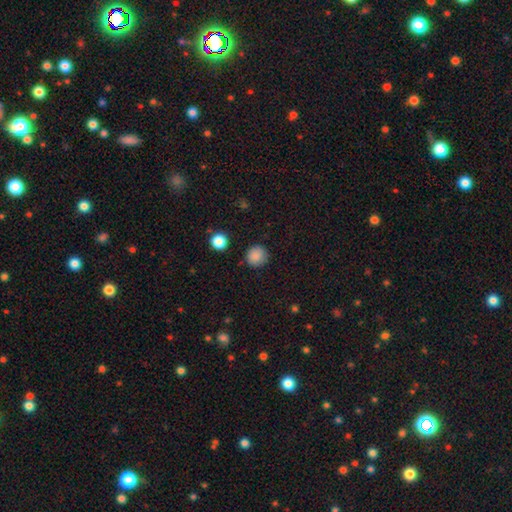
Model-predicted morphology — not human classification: Q: Smooth or featured?
A: smooth (87%); runner-up: star or artifact (10%)
Q: How rounded?
A: round (93%); runner-up: in between (6%)
Q: Merging?
A: none (88%); runner-up: minor disturbance (8%)